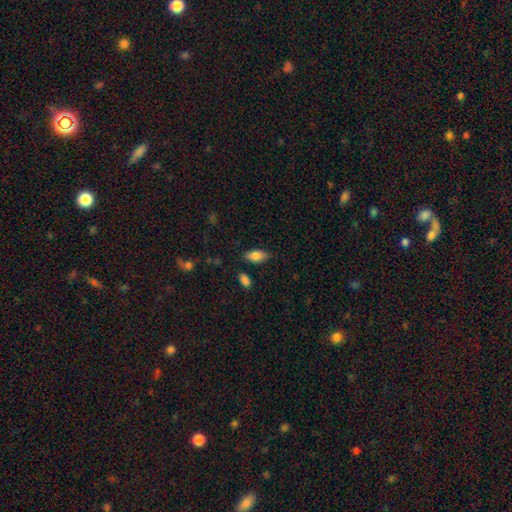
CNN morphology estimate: This appears to be a smooth galaxy with no disk features (83%) that is in between round and cigar-shaped (91%). Merging: none (82%).